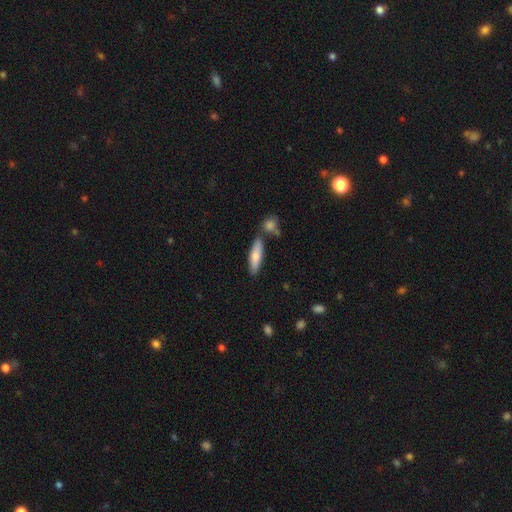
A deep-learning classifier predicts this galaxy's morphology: smooth-or-featured: smooth: 75% | featured or disk: 19% | star or artifact: 6%
  how-rounded: cigar-shaped: 62% | in between: 36% | round: 2%
  merging: none: 72% | merger: 13% | minor disturbance: 12% | major disturbance: 3%